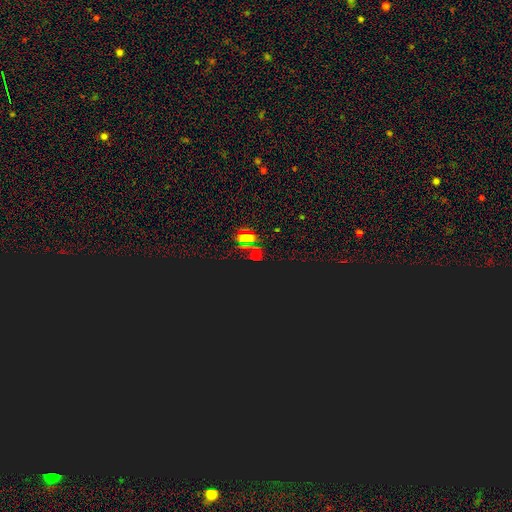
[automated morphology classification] star or artifact 79%, smooth 13%, featured or disk 7%.